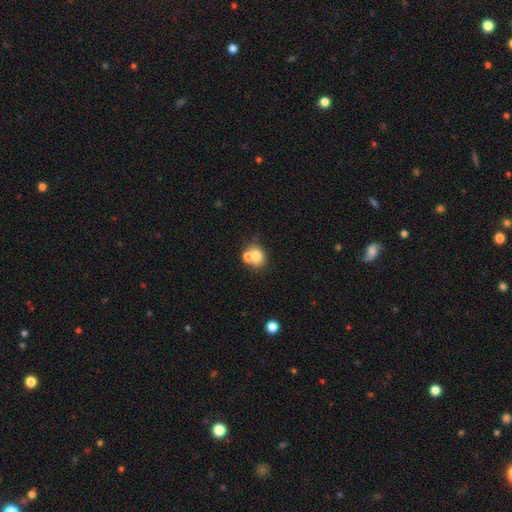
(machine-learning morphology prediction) Smooth or featured? smooth (70%)
How rounded? round (58%)
Merging? merger (45%)